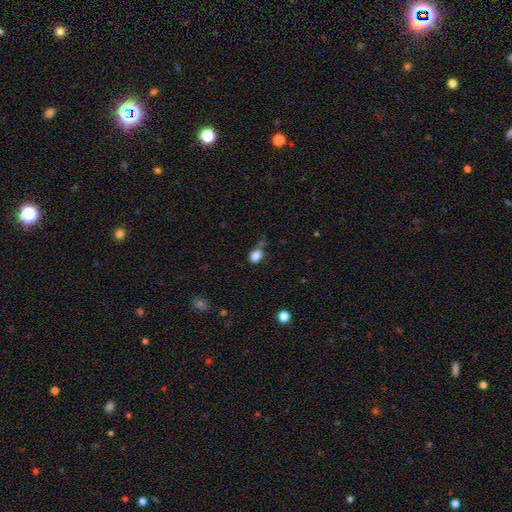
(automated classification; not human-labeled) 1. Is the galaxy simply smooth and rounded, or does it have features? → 85% smooth, 10% star or artifact, 5% featured or disk.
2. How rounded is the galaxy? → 72% in between, 27% round, 1% cigar-shaped.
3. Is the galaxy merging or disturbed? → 54% none, 26% minor disturbance, 10% merger, 9% major disturbance.